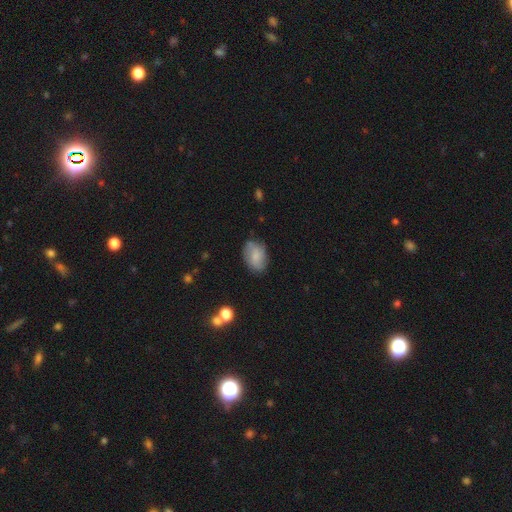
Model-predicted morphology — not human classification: Q: Smooth or featured?
A: smooth (67%); runner-up: featured or disk (25%)
Q: How rounded?
A: in between (85%); runner-up: round (13%)
Q: Merging?
A: none (74%); runner-up: minor disturbance (19%)